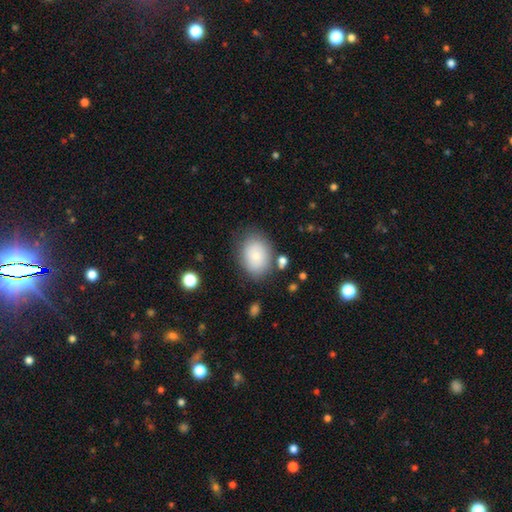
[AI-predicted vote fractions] Smooth or featured? smooth (78%)
How rounded? in between (64%)
Merging? none (74%)